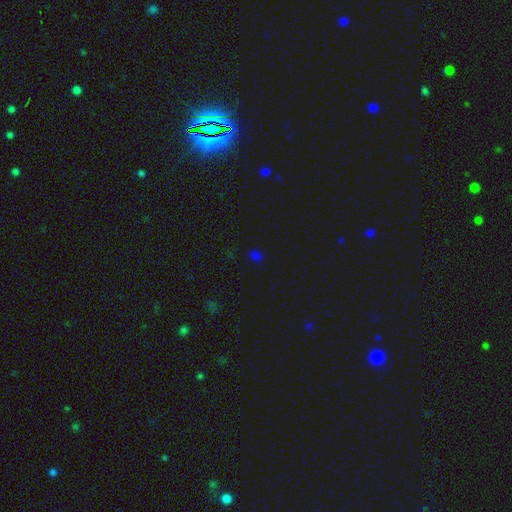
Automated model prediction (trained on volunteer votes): Smooth or featured? Predicted: smooth (p=0.52). How rounded? Predicted: round (p=0.55). Merging? Predicted: none (p=0.82).